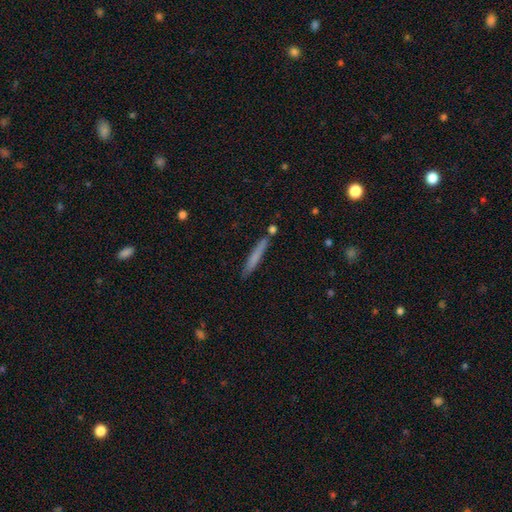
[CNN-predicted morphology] This is likely a smooth galaxy (68%). How rounded: clearly cigar-shaped (96%). Merging: clearly none (85%).